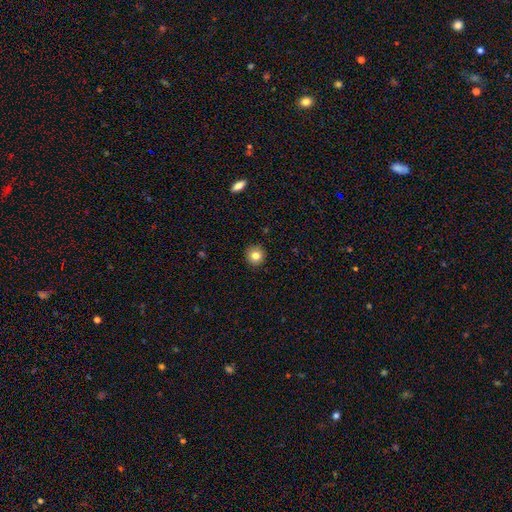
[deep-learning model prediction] Morphology: type=smooth (82%); roundness=round (93%); merging=none (91%).